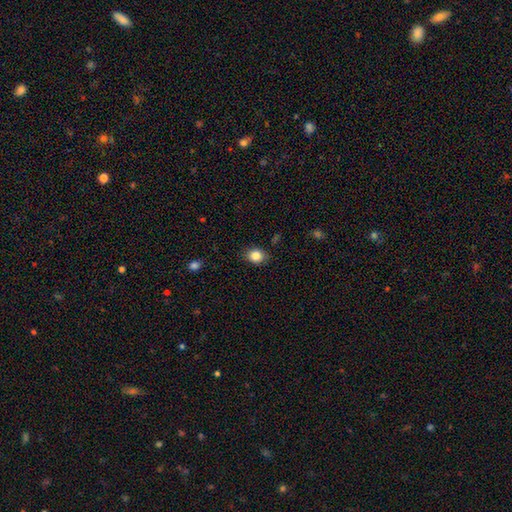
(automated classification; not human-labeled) Morphology: type=smooth (85%); roundness=round (58%); merging=none (85%).